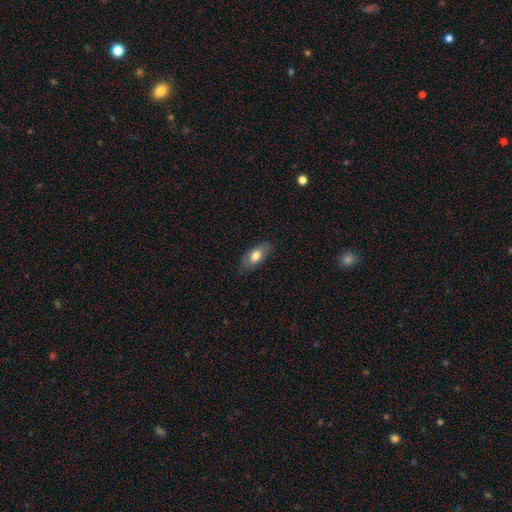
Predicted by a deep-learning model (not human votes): Smooth or featured? Predicted: smooth (p=0.75). How rounded? Predicted: in between (p=0.87). Merging? Predicted: none (p=0.81).